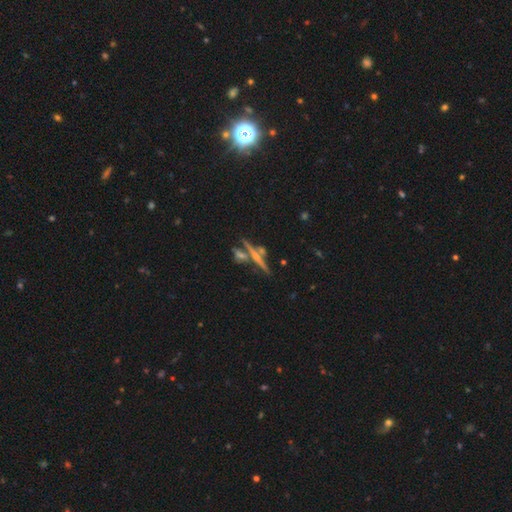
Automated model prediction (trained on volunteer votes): Smooth or featured? Predicted: featured or disk (p=0.54). Edge-on disk? Predicted: yes (p=0.90). Merging? Predicted: none (p=0.62).